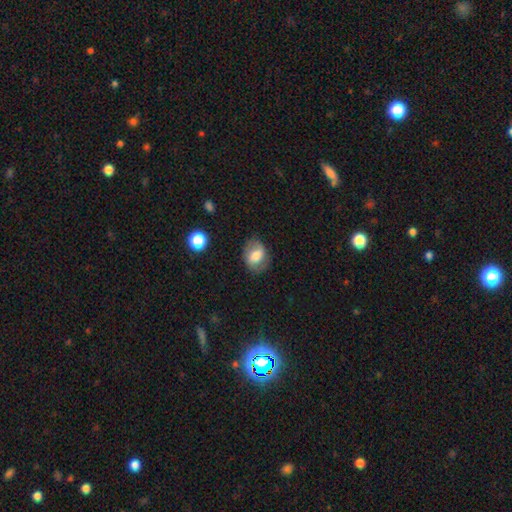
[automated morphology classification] Smooth or featured?
  - smooth: 58% *
  - featured or disk: 34%
  - star or artifact: 9%
How rounded?
  - in between: 61% *
  - round: 38%
  - cigar-shaped: 1%
Merging?
  - none: 73% *
  - minor disturbance: 19%
  - major disturbance: 7%
  - merger: 1%